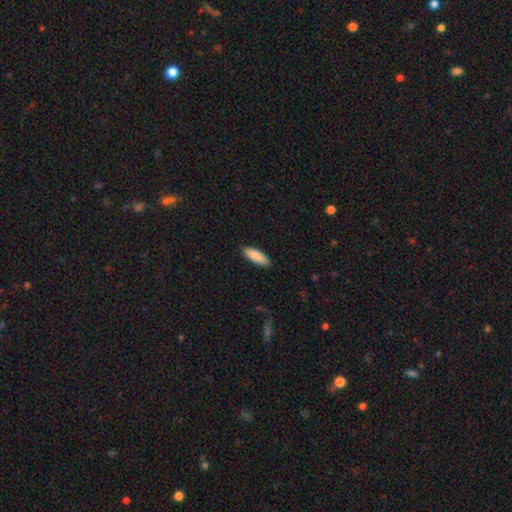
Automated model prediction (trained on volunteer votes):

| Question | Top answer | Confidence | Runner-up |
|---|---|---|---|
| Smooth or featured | smooth | 89% | star or artifact (6%) |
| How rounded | in between | 57% | cigar-shaped (41%) |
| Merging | none | 88% | minor disturbance (9%) |